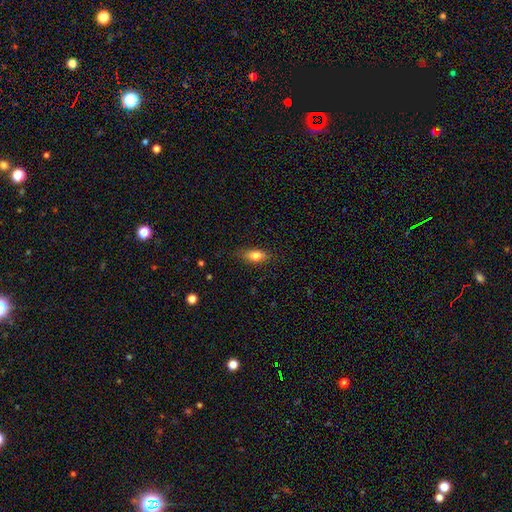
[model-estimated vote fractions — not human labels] Smooth or featured?
  - smooth: 79% *
  - featured or disk: 13%
  - star or artifact: 8%
How rounded?
  - in between: 81% *
  - cigar-shaped: 14%
  - round: 5%
Merging?
  - none: 81% *
  - minor disturbance: 14%
  - major disturbance: 3%
  - merger: 1%